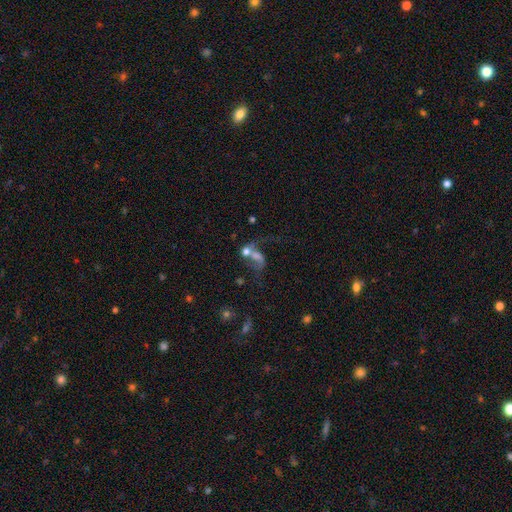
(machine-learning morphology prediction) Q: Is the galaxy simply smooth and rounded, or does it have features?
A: featured or disk — 56%.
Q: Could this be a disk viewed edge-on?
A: no — 96%.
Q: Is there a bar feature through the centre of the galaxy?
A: no — 60%.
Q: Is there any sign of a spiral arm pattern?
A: yes — 68%.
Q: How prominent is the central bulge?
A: moderate — 30%.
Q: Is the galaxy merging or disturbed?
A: merger — 48%.